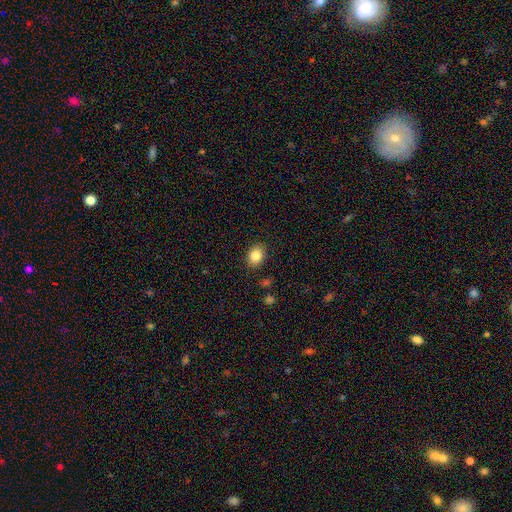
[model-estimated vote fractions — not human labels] A smooth galaxy with no disk features (85%) that is in between round and cigar-shaped (61%).

Vote fractions:
- Smooth or featured? smooth: 85% / star or artifact: 9% / featured or disk: 6%
- How rounded? in between: 61% / round: 38% / cigar-shaped: 1%
- Merging? none: 88% / minor disturbance: 9% / major disturbance: 2% / merger: 1%